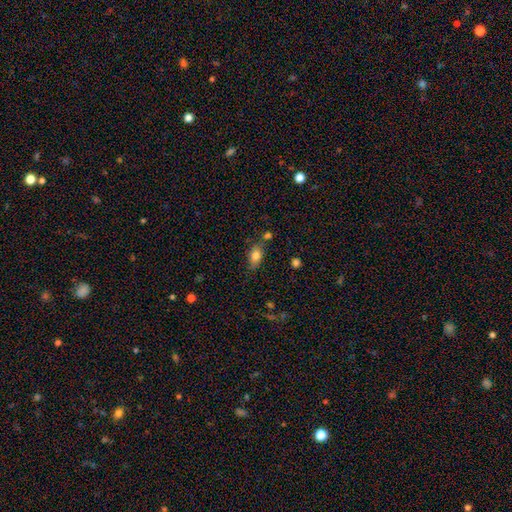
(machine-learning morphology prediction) Smooth or featured? smooth (76%)
How rounded? in between (81%)
Merging? none (67%)